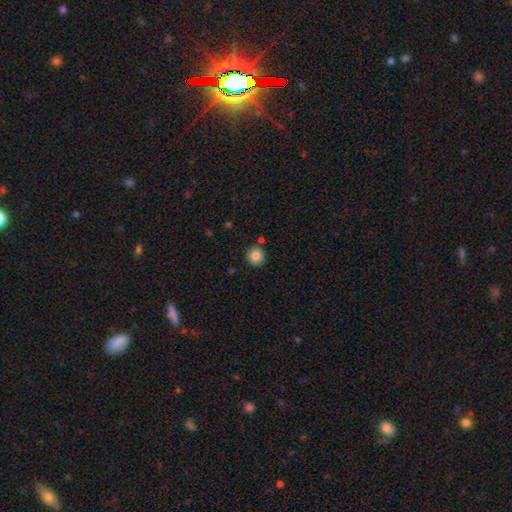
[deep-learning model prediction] smooth-or-featured: smooth: 84% | star or artifact: 9% | featured or disk: 7%
  how-rounded: round: 93% | in between: 6% | cigar-shaped: 1%
  merging: none: 87% | minor disturbance: 7% | merger: 4% | major disturbance: 2%